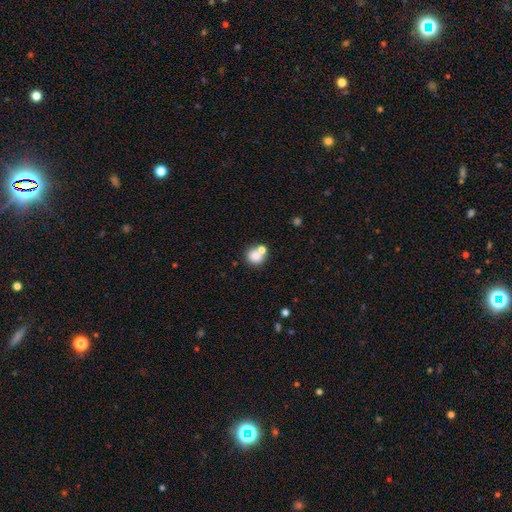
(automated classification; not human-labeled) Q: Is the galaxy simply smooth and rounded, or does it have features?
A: smooth — 80%.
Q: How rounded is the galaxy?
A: round — 84%.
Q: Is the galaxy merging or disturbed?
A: none — 54%.